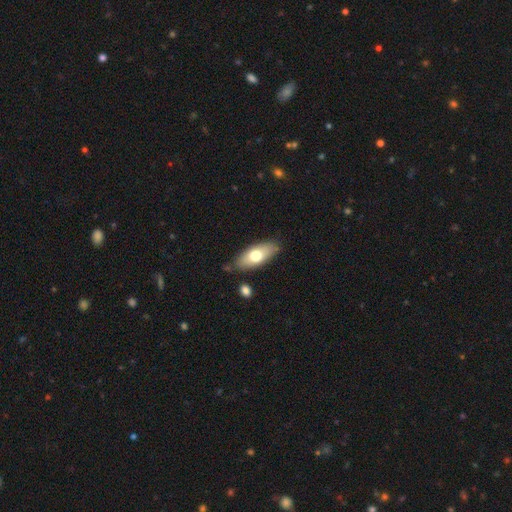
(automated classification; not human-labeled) Smooth or featured: smooth — 68% (featured or disk — 26%)
How rounded: in between — 83% (cigar-shaped — 14%)
Merging: none — 80% (minor disturbance — 13%)